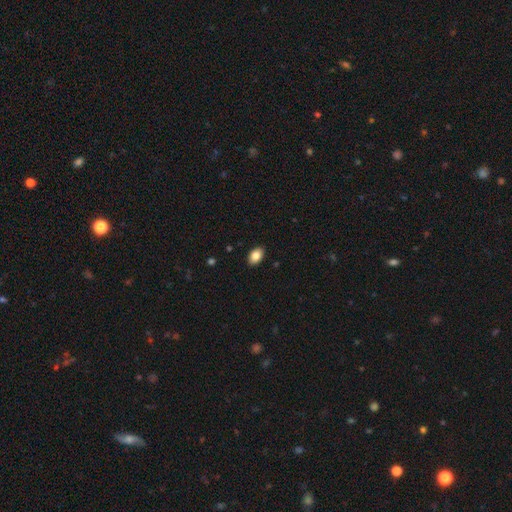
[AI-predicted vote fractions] Overall: smooth (85%). How rounded: in between (89%). Merging: none (90%).